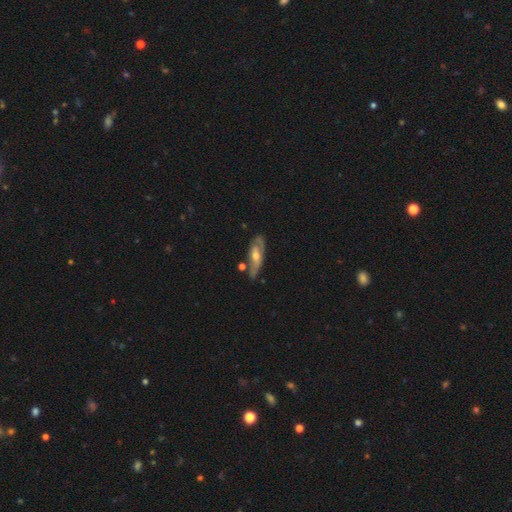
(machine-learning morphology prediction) Smooth or featured? Predicted: featured or disk (p=0.63). Edge-on disk? Predicted: no (p=0.69). Merging? Predicted: none (p=0.60).